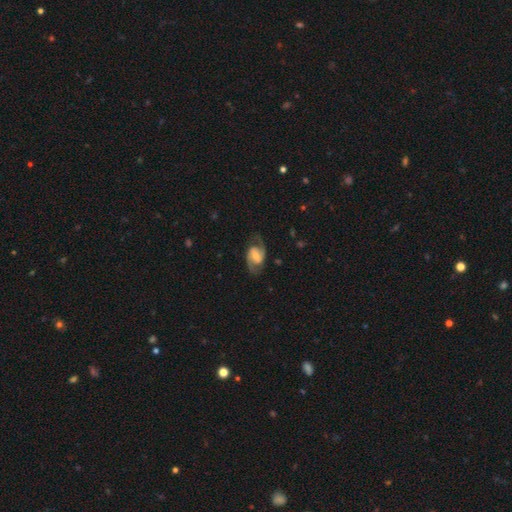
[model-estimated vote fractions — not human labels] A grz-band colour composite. It shows a featured or disk galaxy (84%) with a weak bar (49%), 2 (93%) medium (56%) spiral arms (96%) and a moderate central bulge (41%, tied with small). Merging: none (79%).